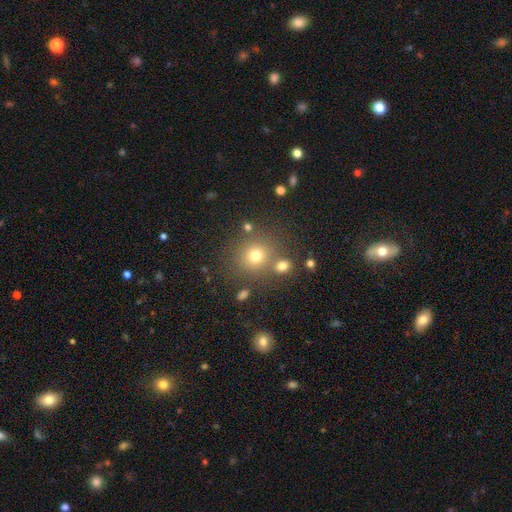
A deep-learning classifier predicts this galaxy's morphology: A smooth galaxy with no disk features (72%) that is round (86%).

Vote fractions:
- Smooth or featured? smooth: 72% / star or artifact: 18% / featured or disk: 10%
- How rounded? round: 86% / in between: 13% / cigar-shaped: 1%
- Merging? none: 73% / merger: 13% / minor disturbance: 10% / major disturbance: 4%